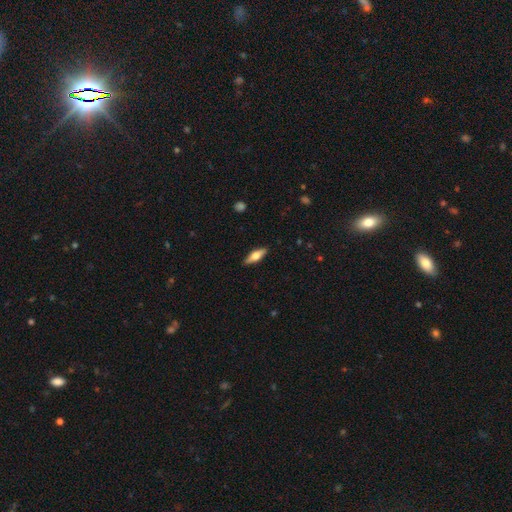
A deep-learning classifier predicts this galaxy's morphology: A smooth galaxy with no disk features (55%) that is in between round and cigar-shaped (51%). Merging: none (89%).